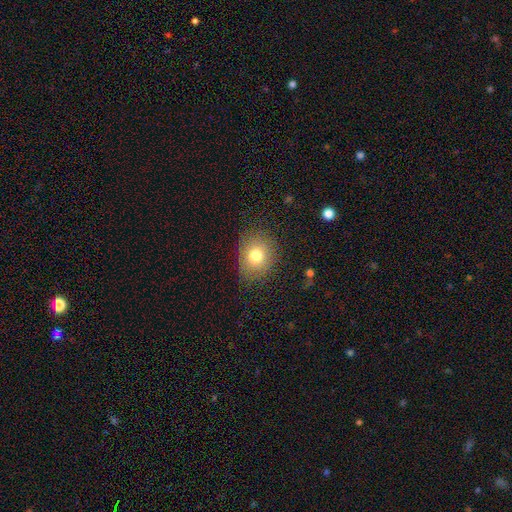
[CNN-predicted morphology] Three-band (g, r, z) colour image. It shows a smooth galaxy with no disk features (77%) that is round (57%). Merging: none (81%).